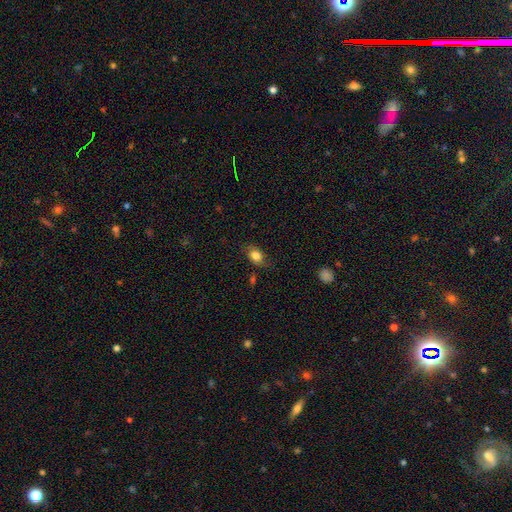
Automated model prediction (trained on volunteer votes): This appears to be a smooth galaxy with no disk features (81%) that is in between round and cigar-shaped (70%). Merging: none (73%).